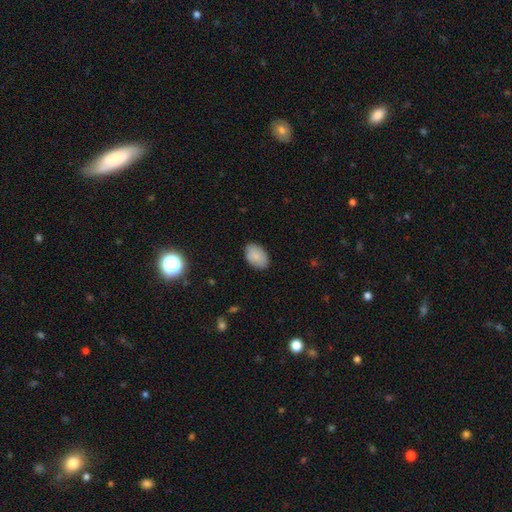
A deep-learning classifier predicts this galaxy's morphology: The model was most divided on "merging": none: 85%, minor disturbance: 12%, major disturbance: 2%, merger: 1%. More confident: how rounded — in between (90%); smooth or featured — smooth (86%).